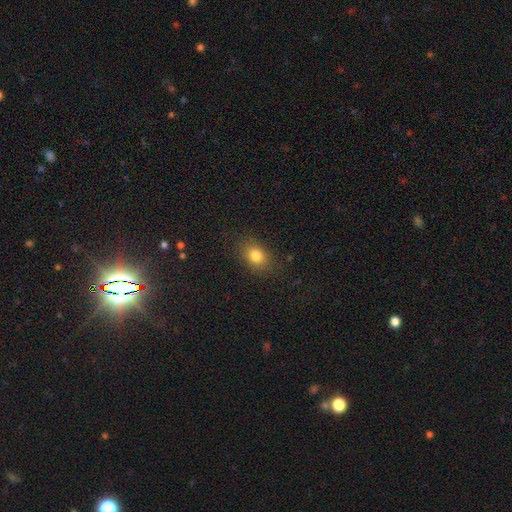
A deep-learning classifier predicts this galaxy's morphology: Q: Smooth or featured?
A: smooth (81%); runner-up: star or artifact (11%)
Q: How rounded?
A: in between (64%); runner-up: round (34%)
Q: Merging?
A: none (83%); runner-up: minor disturbance (12%)